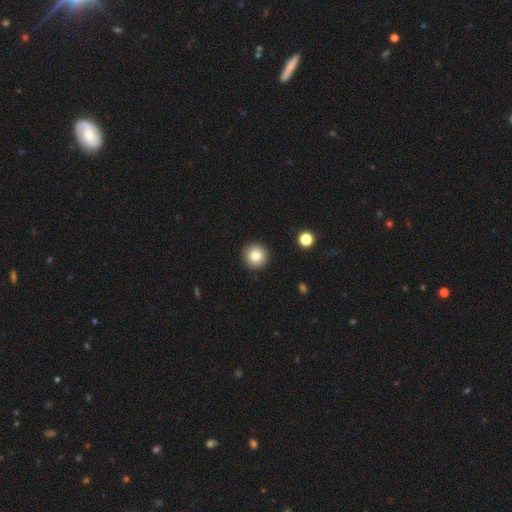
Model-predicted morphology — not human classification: A smooth galaxy with no disk features (82%) that is round (96%). Merging: none (92%).